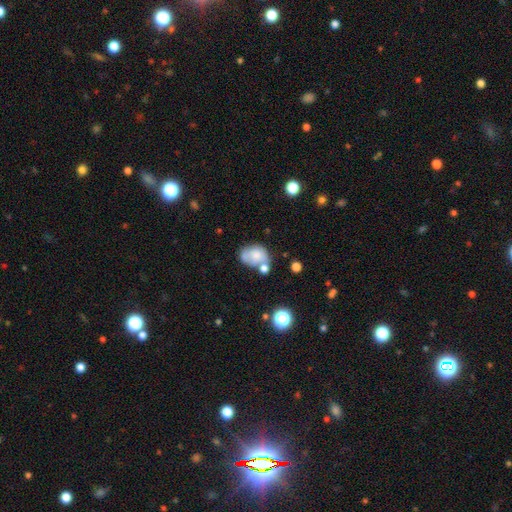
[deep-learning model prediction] Overall: smooth (61%; featured or disk 29%). How rounded: in between (65%; round 34%). Merging: none (33%; merger 32%).